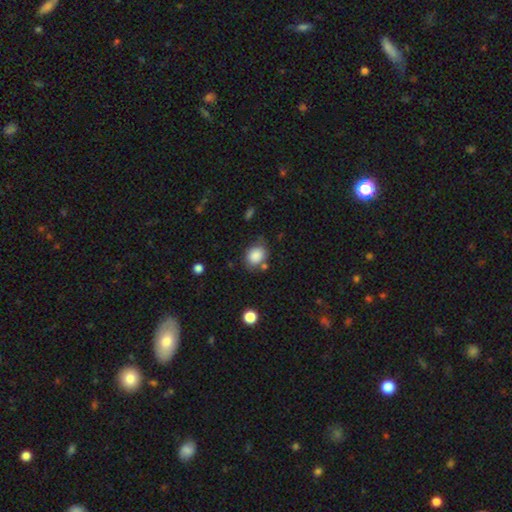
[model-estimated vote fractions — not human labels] A smooth galaxy with no disk features (86%) that is round (53%).

Vote fractions:
- Smooth or featured? smooth: 86% / star or artifact: 9% / featured or disk: 5%
- How rounded? round: 53% / in between: 46% / cigar-shaped: 1%
- Merging? none: 68% / minor disturbance: 18% / merger: 8% / major disturbance: 5%